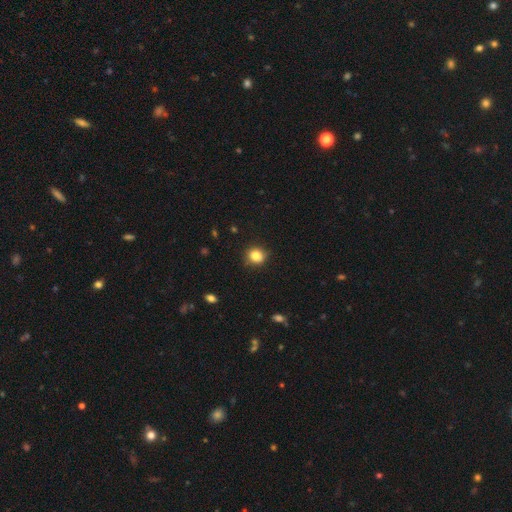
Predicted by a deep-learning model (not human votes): smooth_or_featured: smooth (p=0.83) [alt: star or artifact p=0.11]
how_rounded: round (p=0.82) [alt: in between p=0.17]
merging: none (p=0.86) [alt: minor disturbance p=0.11]